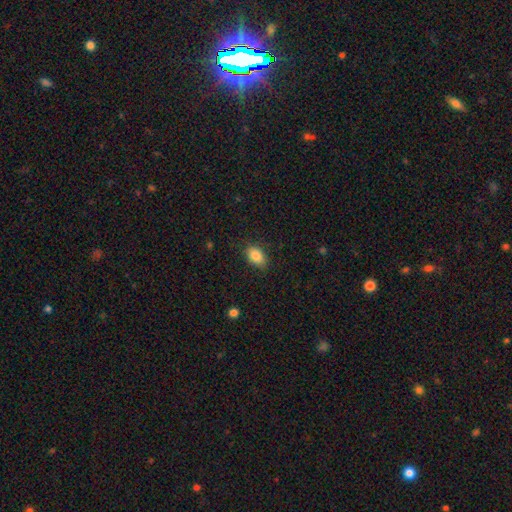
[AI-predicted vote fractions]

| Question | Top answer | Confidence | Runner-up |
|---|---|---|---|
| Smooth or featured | smooth | 85% | star or artifact (8%) |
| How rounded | in between | 85% | round (13%) |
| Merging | none | 83% | minor disturbance (13%) |